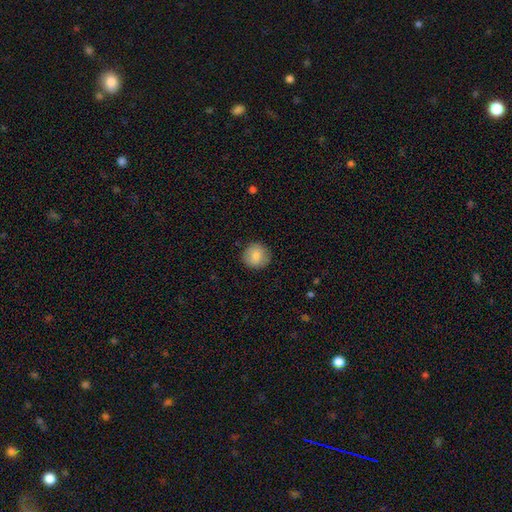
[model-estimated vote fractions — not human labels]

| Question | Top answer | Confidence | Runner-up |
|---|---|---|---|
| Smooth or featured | smooth | 82% | featured or disk (11%) |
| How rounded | round | 93% | in between (6%) |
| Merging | none | 89% | minor disturbance (8%) |